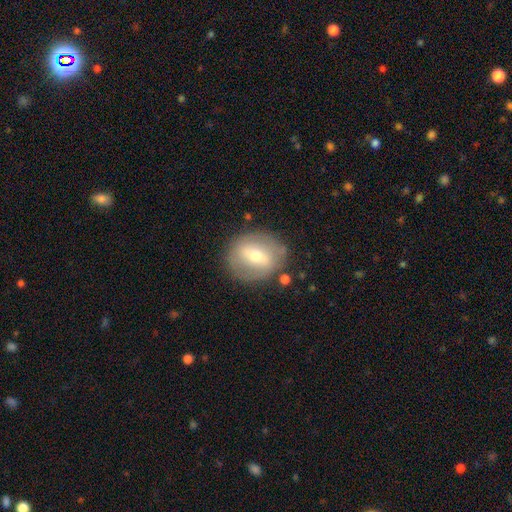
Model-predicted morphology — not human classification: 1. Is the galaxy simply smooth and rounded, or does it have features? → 48% featured or disk, 44% smooth, 8% star or artifact.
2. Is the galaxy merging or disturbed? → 80% none, 12% minor disturbance, 5% major disturbance, 3% merger.